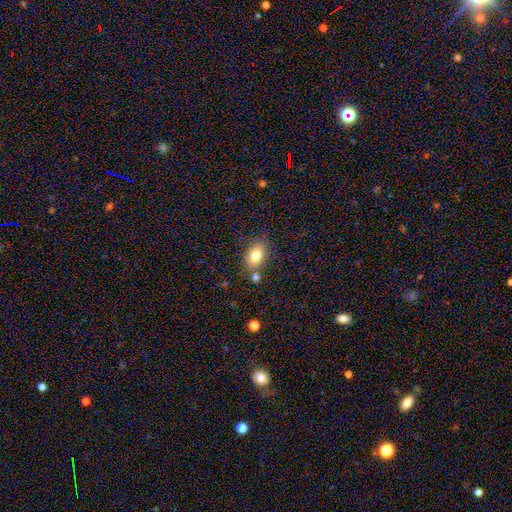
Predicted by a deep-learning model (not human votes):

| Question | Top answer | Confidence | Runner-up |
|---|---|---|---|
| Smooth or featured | smooth | 79% | featured or disk (12%) |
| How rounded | in between | 81% | round (17%) |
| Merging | none | 70% | minor disturbance (14%) |